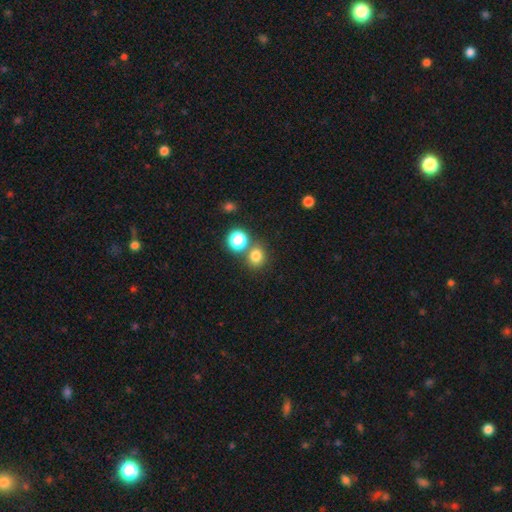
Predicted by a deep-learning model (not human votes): Overall: smooth (77%). How rounded: round (80%). Merging: none (70%).